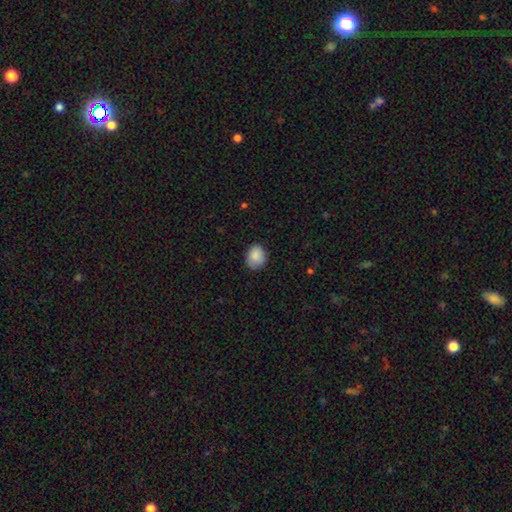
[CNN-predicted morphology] The model was most divided on "how rounded": round: 51%, in between: 48%, cigar-shaped: 1%. More confident: smooth or featured — smooth (88%); merging — none (80%).